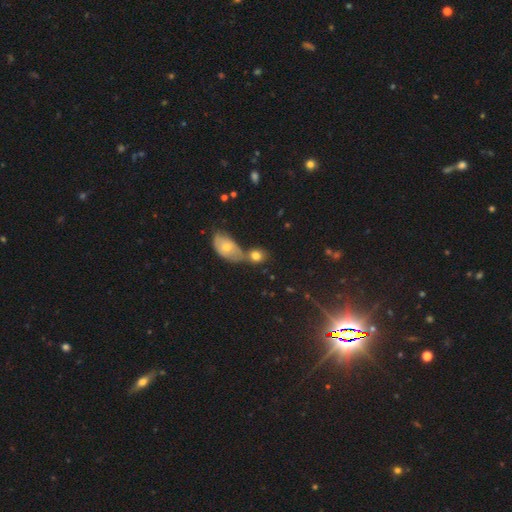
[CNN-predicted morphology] This is likely a smooth galaxy (76%). How rounded: possibly round (55%). Merging: marginally none (43%).